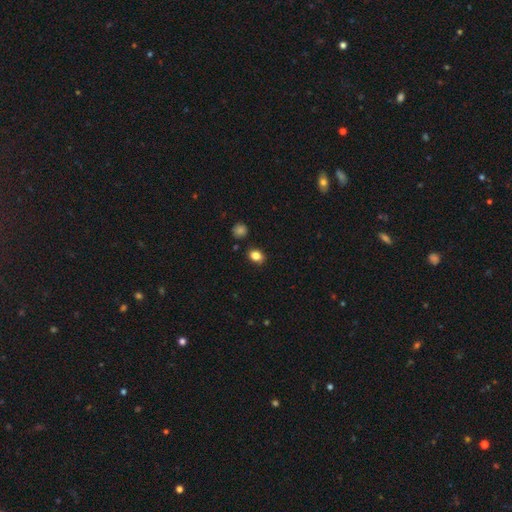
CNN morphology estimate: Smooth or featured: smooth — 84% (star or artifact — 11%)
How rounded: in between — 62% (round — 37%)
Merging: none — 86% (minor disturbance — 9%)